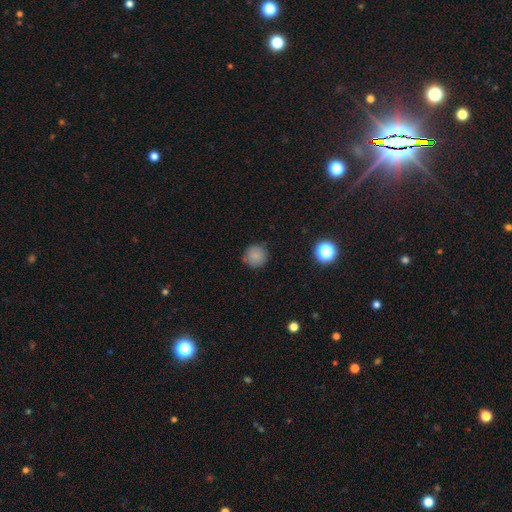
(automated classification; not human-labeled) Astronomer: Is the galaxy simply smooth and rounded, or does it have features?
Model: smooth — 83%.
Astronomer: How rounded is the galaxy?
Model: round — 94%.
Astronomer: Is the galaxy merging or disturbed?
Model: none — 85%.